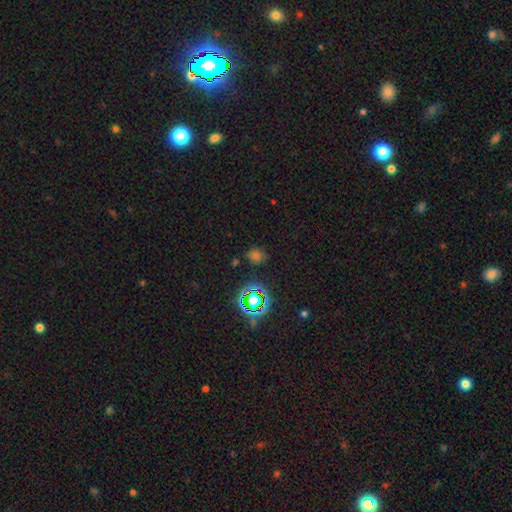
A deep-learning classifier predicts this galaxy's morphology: Q: Smooth or featured?
A: smooth (51%); runner-up: star or artifact (42%)
Q: How rounded?
A: round (75%); runner-up: in between (24%)
Q: Merging?
A: none (82%); runner-up: minor disturbance (11%)